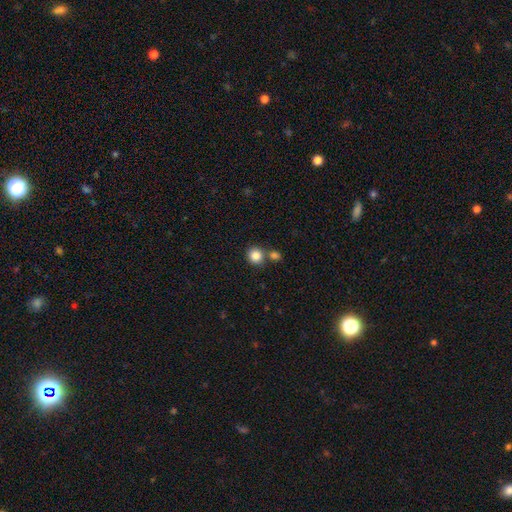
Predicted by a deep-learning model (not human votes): This appears to be a smooth galaxy with no disk features (85%) that is round (88%). Merging: none (64%).